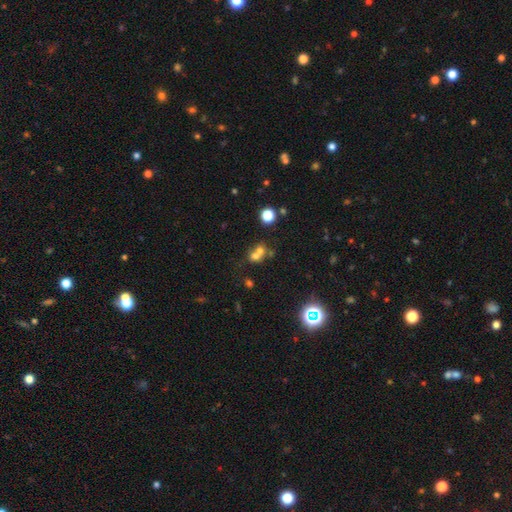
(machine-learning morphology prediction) Smooth or featured?
  - smooth: 60% *
  - star or artifact: 21%
  - featured or disk: 19%
How rounded?
  - round: 73% *
  - in between: 26%
  - cigar-shaped: 1%
Merging?
  - merger: 59% *
  - none: 31%
  - minor disturbance: 6%
  - major disturbance: 4%